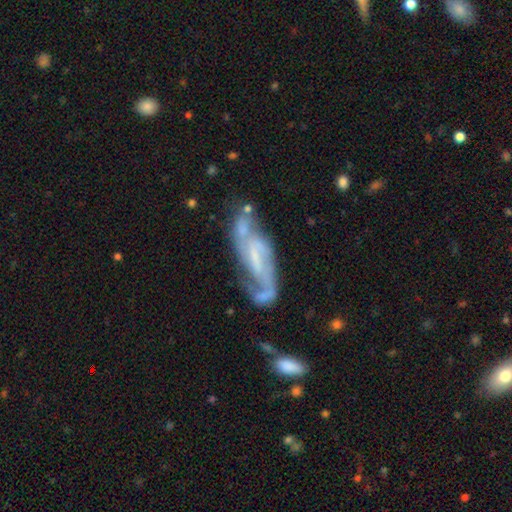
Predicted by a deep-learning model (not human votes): smooth_or_featured: featured or disk (p=0.83) [alt: smooth p=0.10]
disk_edge_on: no (p=0.89) [alt: yes p=0.11]
bar: weak (p=0.42) [alt: strong p=0.30]
has_spiral_arms: yes (p=0.93) [alt: no p=0.07]
spiral_winding: medium (p=0.49) [alt: tight p=0.29]
spiral_arm_count: 2 (p=0.72) [alt: can't tell p=0.13]
bulge_size: small (p=0.43) [alt: none p=0.35]
merging: none (p=0.56) [alt: minor disturbance p=0.21]